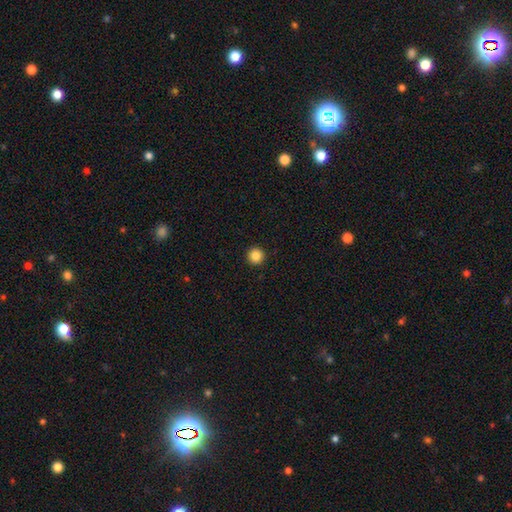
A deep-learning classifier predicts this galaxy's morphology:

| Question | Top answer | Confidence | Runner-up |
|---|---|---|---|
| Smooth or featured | smooth | 85% | star or artifact (11%) |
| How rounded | round | 96% | in between (3%) |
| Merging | none | 94% | minor disturbance (4%) |